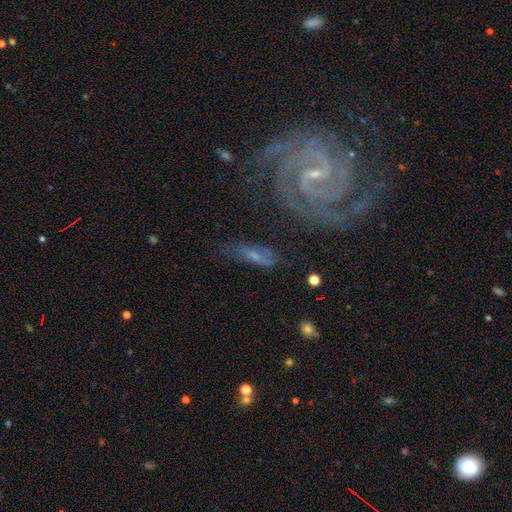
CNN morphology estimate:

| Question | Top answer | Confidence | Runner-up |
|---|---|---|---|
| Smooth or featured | featured or disk | 59% | smooth (29%) |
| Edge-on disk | no | 82% | yes (18%) |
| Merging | none | 62% | minor disturbance (21%) |